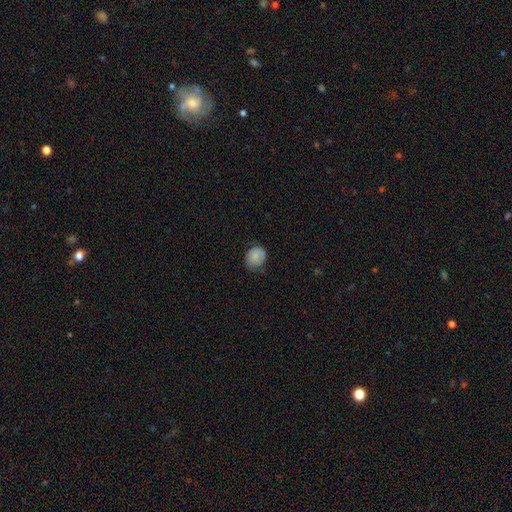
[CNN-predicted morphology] smooth-or-featured: smooth: 80% | featured or disk: 12% | star or artifact: 8%
  how-rounded: round: 63% | in between: 36% | cigar-shaped: 1%
  merging: none: 62% | minor disturbance: 30% | major disturbance: 7% | merger: 1%